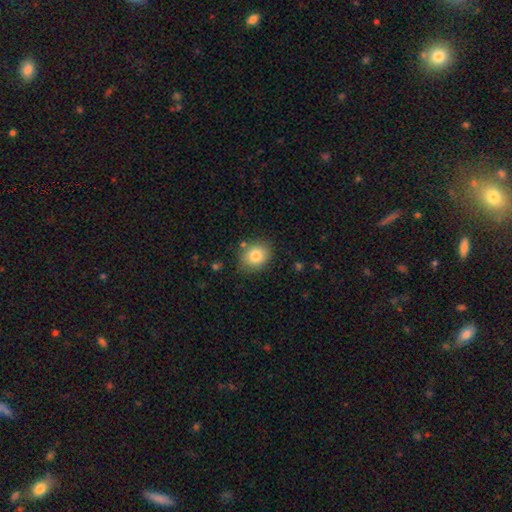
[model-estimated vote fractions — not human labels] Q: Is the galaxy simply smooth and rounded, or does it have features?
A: smooth — 81%.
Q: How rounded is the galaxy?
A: round — 62%.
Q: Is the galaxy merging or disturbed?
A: none — 82%.